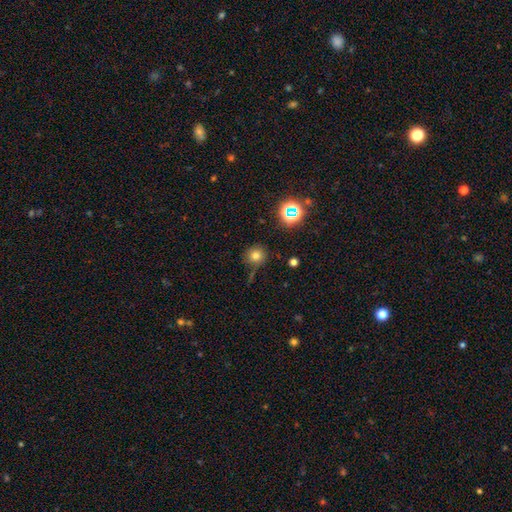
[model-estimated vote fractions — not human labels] This appears to be a smooth galaxy with no disk features (72%) that is round (92%). Merging: none (77%).